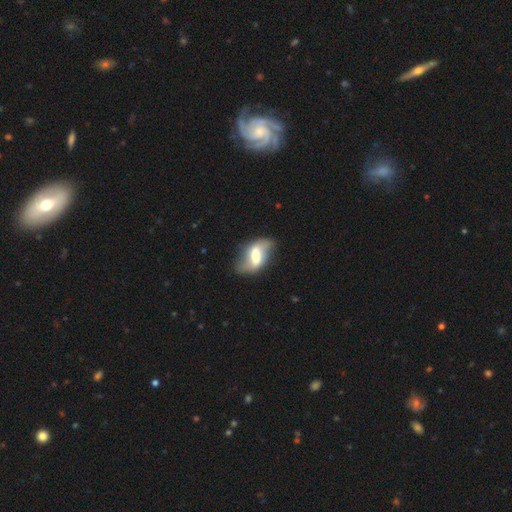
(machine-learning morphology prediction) Q: Smooth or featured?
A: featured or disk (56%); runner-up: smooth (37%)
Q: Edge-on disk?
A: no (86%); runner-up: yes (14%)
Q: Merging?
A: none (63%); runner-up: minor disturbance (22%)